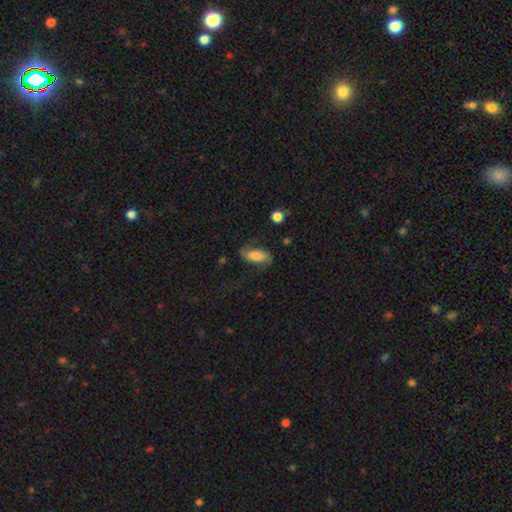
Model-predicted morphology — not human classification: Smooth or featured?
  - featured or disk: 49% *
  - smooth: 42%
  - star or artifact: 9%
Merging?
  - none: 66% *
  - minor disturbance: 20%
  - major disturbance: 13%
  - merger: 2%